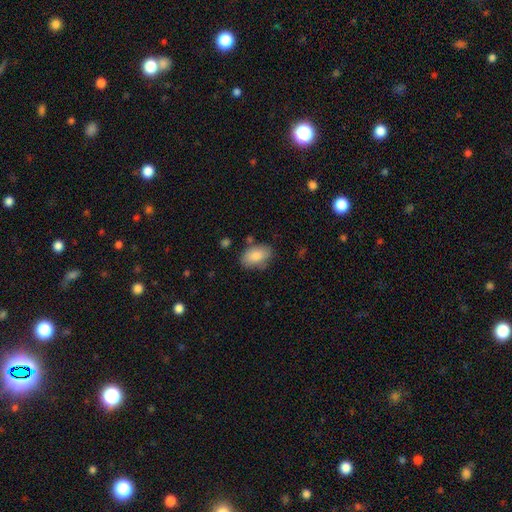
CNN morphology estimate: Q: Smooth or featured?
A: smooth (85%); runner-up: featured or disk (8%)
Q: How rounded?
A: in between (90%); runner-up: round (8%)
Q: Merging?
A: none (73%); runner-up: minor disturbance (18%)